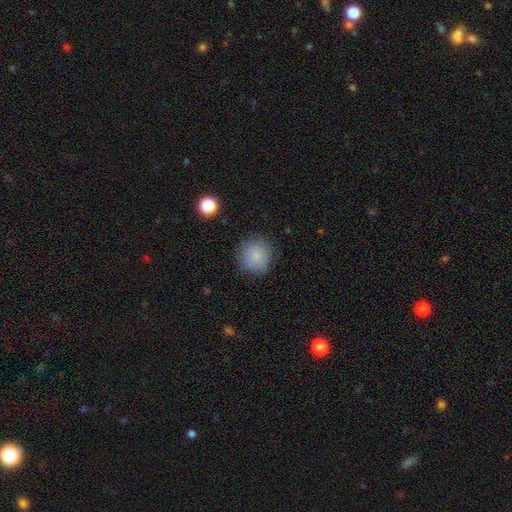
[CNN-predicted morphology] type=smooth (85%); roundness=round (92%); merging=none (84%).